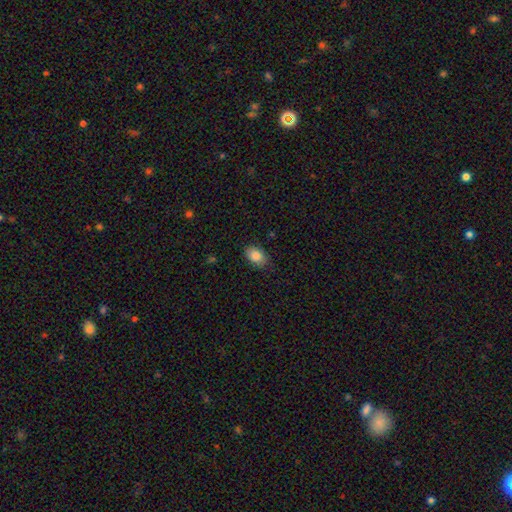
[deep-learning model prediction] This appears to be a smooth galaxy with no disk features (86%) that is in between round and cigar-shaped (85%). Merging: none (82%).